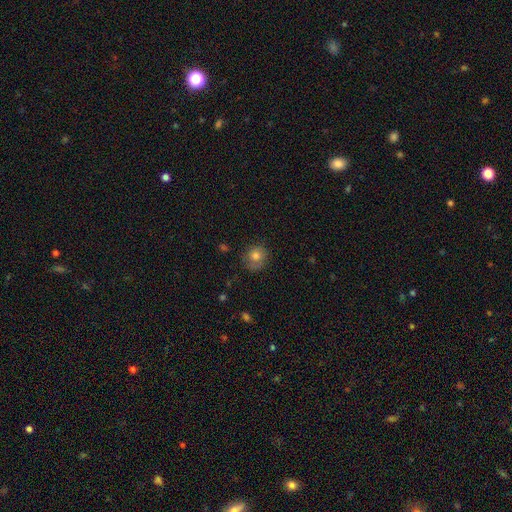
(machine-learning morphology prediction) Q: Smooth or featured?
A: smooth (76%); runner-up: featured or disk (13%)
Q: How rounded?
A: round (80%); runner-up: in between (19%)
Q: Merging?
A: none (70%); runner-up: minor disturbance (21%)